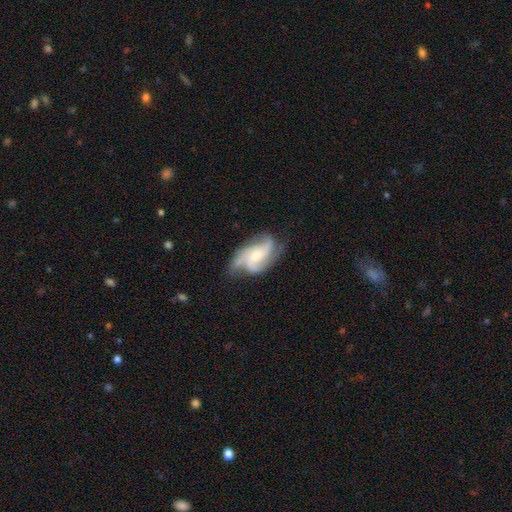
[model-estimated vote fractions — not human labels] smooth_or_featured: featured or disk (p=0.84) [alt: smooth p=0.10]
disk_edge_on: no (p=0.97) [alt: yes p=0.03]
bar: no (p=0.52) [alt: weak p=0.36]
has_spiral_arms: yes (p=0.97) [alt: no p=0.03]
spiral_winding: medium (p=0.50) [alt: loose p=0.27]
spiral_arm_count: 3 (p=0.58) [alt: 2 p=0.18]
bulge_size: moderate (p=0.48) [alt: small p=0.39]
merging: none (p=0.63) [alt: minor disturbance p=0.23]